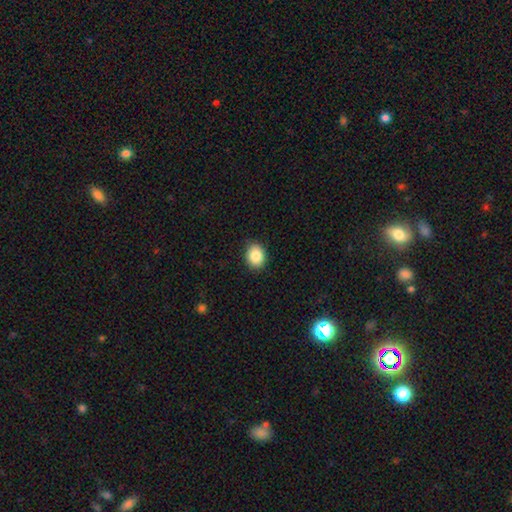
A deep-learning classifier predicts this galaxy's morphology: smooth 86%, star or artifact 8%, featured or disk 5%. Down the decision tree: how rounded — in between (54%); merging — none (88%).